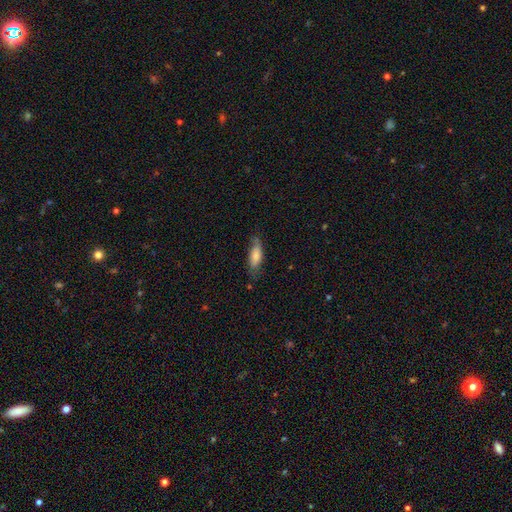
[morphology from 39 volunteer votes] Smooth or featured: smooth — 90% (featured or disk — 8%)
How rounded: in between — 49% (tied with cigar-shaped — 49%)
Merging: none — 76% (minor disturbance — 21%)